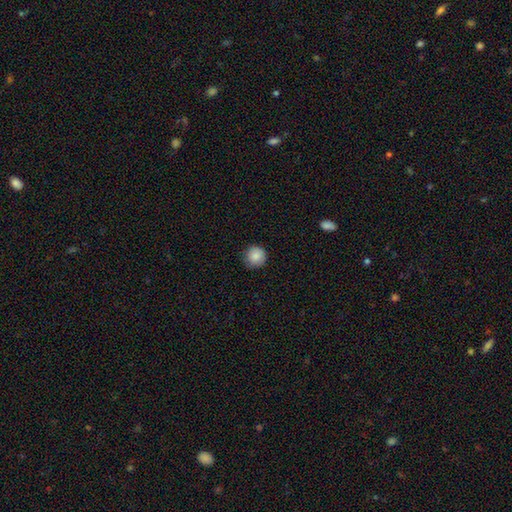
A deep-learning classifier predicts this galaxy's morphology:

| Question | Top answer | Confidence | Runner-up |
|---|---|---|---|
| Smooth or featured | smooth | 87% | star or artifact (8%) |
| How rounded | round | 94% | in between (5%) |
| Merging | none | 84% | minor disturbance (13%) |